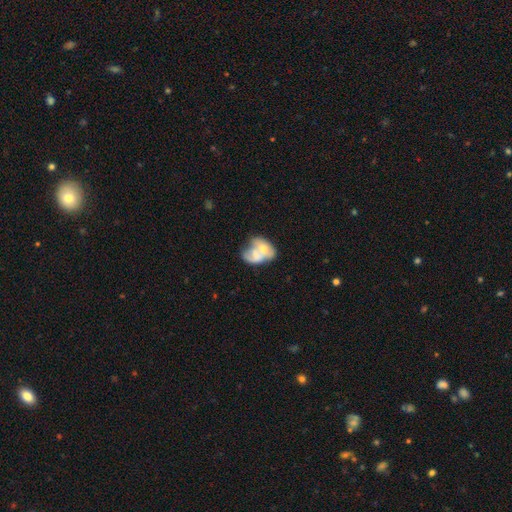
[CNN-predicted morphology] smooth_or_featured: smooth (p=0.49) [alt: featured or disk p=0.44]
merging: merger (p=0.69) [alt: none p=0.13]